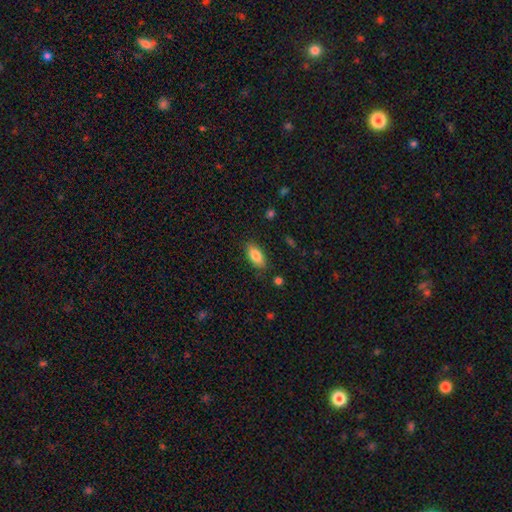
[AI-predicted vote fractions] Morphology: type=smooth (82%); roundness=in between (88%); merging=none (85%).